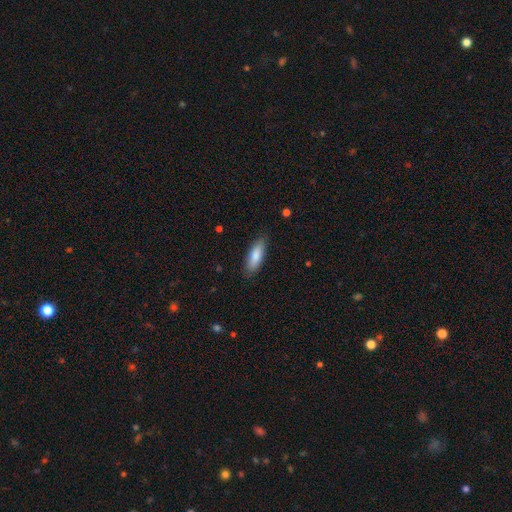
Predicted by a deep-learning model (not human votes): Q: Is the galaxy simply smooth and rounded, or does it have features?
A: smooth — 85%.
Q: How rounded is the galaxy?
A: in between — 60%.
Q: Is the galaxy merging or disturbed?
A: none — 85%.